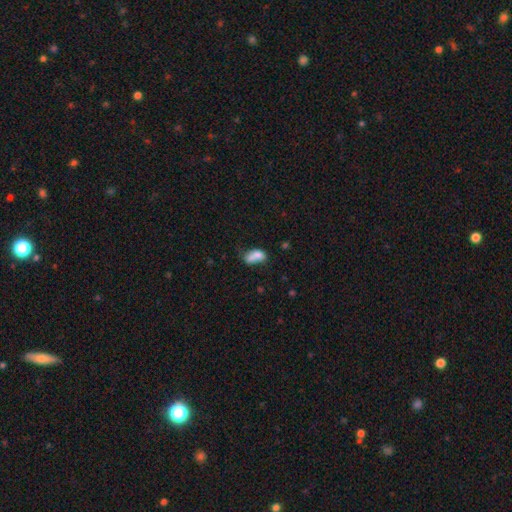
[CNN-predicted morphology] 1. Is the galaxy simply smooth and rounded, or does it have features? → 72% smooth, 18% featured or disk, 11% star or artifact.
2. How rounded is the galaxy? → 80% in between, 16% round, 4% cigar-shaped.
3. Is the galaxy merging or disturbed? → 49% merger, 23% none, 16% minor disturbance, 13% major disturbance.